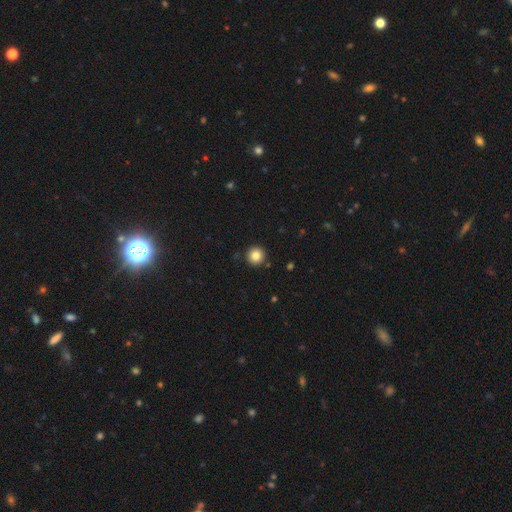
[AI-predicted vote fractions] A smooth galaxy with no disk features (83%) that is round (96%). Merging: none (92%).